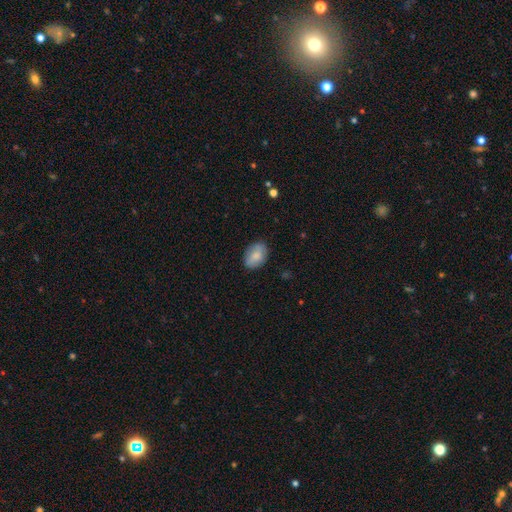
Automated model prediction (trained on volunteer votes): Morphology: type=smooth (79%); roundness=in between (82%); merging=none (83%).